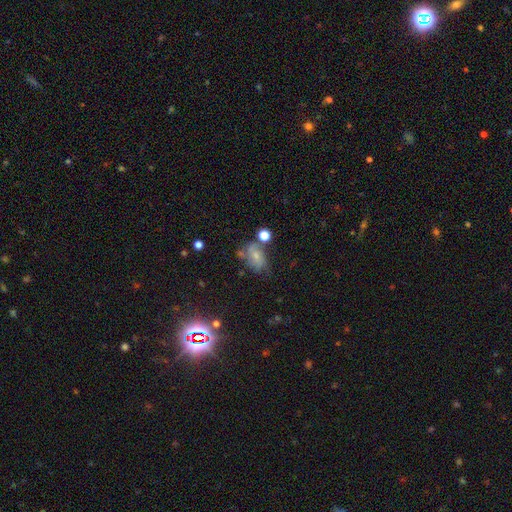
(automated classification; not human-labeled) Overall: smooth (55%; featured or disk 32%). How rounded: in between (82%). Merging: none (43%; minor disturbance 26%).